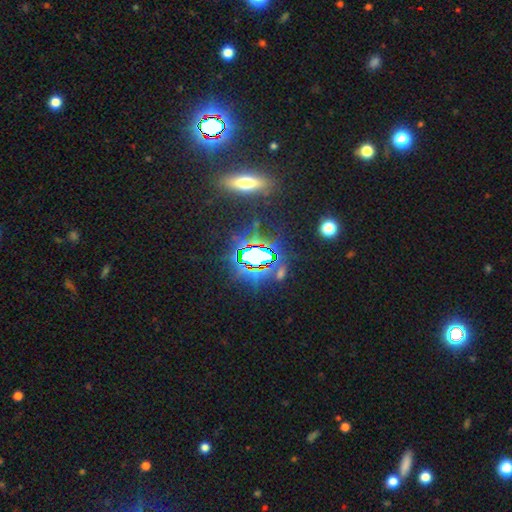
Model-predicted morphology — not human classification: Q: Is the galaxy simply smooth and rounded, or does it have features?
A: star or artifact — 74%.